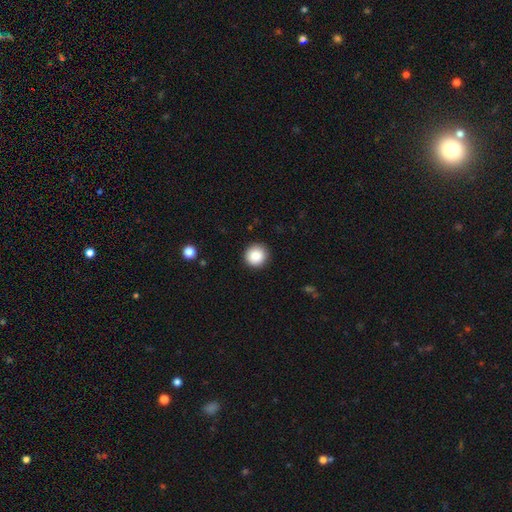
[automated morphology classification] Smooth or featured? Predicted: smooth (p=0.88). How rounded? Predicted: round (p=0.95). Merging? Predicted: none (p=0.91).